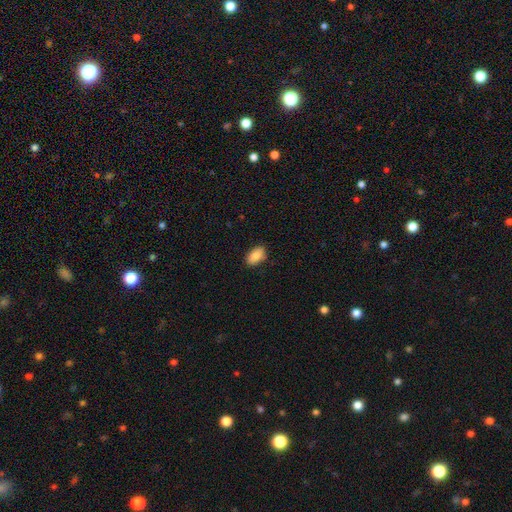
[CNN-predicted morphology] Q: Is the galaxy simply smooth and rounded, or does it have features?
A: smooth — 88%.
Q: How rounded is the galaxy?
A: in between — 93%.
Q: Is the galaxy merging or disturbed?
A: none — 86%.